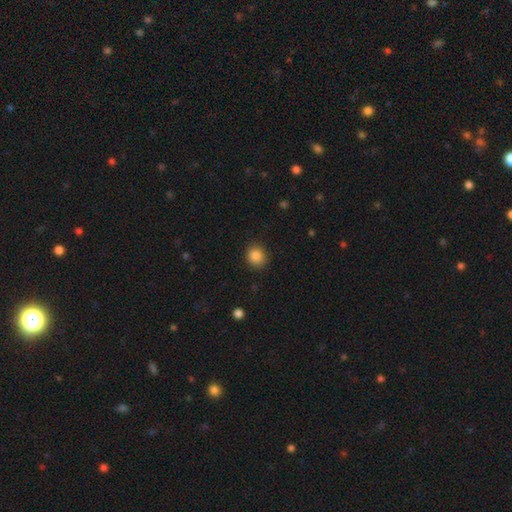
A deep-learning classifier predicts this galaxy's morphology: Smooth or featured: smooth — 87% (star or artifact — 10%)
How rounded: round — 80% (in between — 19%)
Merging: none — 88% (minor disturbance — 9%)